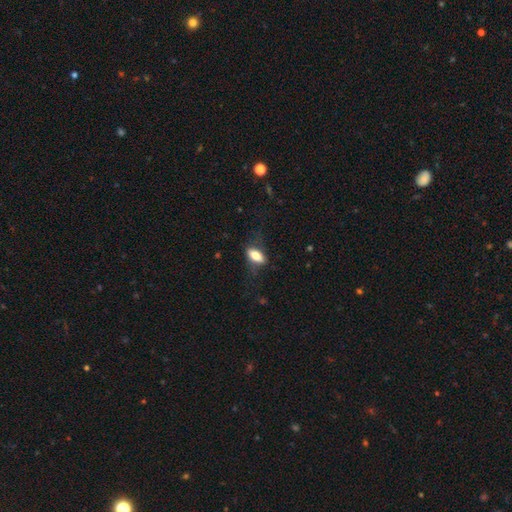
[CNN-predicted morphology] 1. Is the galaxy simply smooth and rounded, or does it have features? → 70% smooth, 22% featured or disk, 8% star or artifact.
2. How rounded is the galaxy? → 76% in between, 19% cigar-shaped, 5% round.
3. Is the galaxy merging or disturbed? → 66% none, 20% minor disturbance, 12% major disturbance, 1% merger.